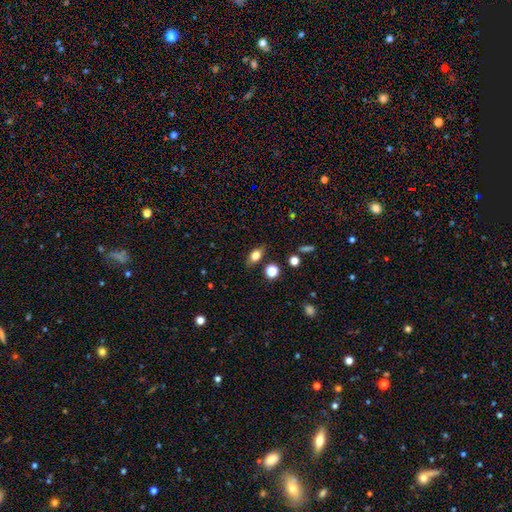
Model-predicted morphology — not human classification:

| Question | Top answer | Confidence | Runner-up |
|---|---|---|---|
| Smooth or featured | smooth | 75% | featured or disk (14%) |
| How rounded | in between | 77% | round (17%) |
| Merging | none | 79% | minor disturbance (14%) |